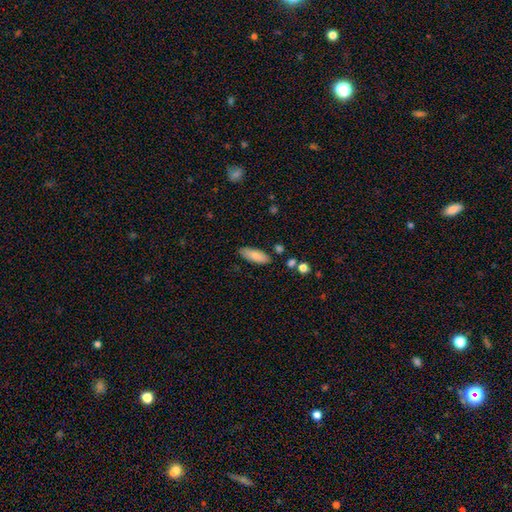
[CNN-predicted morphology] A smooth galaxy with no disk features (84%) that is in between round and cigar-shaped (71%).

Vote fractions:
- Smooth or featured? smooth: 84% / featured or disk: 10% / star or artifact: 6%
- How rounded? in between: 71% / cigar-shaped: 28% / round: 2%
- Merging? none: 82% / minor disturbance: 13% / merger: 3% / major disturbance: 3%